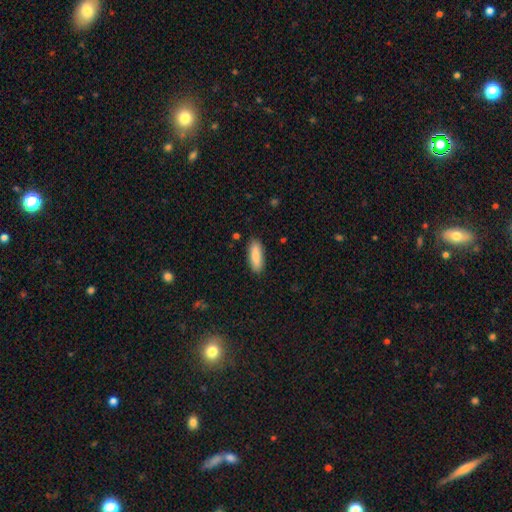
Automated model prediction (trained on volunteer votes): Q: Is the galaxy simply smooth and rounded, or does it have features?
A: smooth — 87%.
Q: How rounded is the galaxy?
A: in between — 61%.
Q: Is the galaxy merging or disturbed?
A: none — 87%.